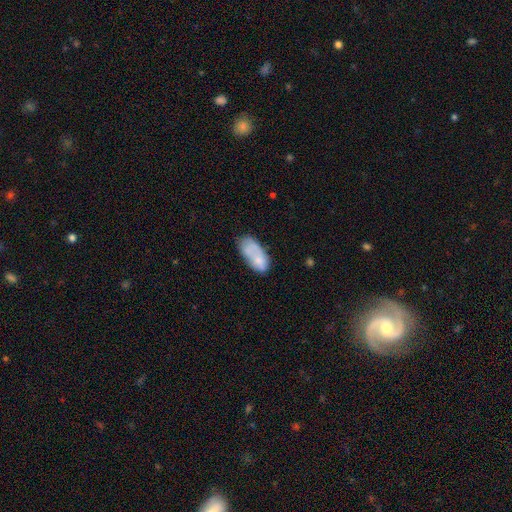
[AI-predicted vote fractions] Smooth or featured: smooth — 63% (featured or disk — 29%)
How rounded: in between — 90% (cigar-shaped — 7%)
Merging: none — 44% (minor disturbance — 27%)